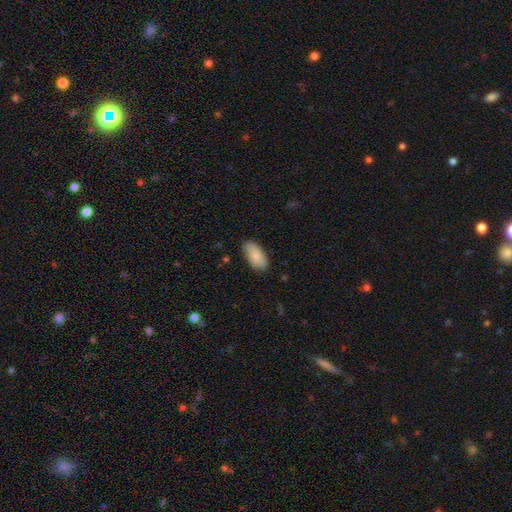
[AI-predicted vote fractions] Smooth or featured? smooth (86%)
How rounded? in between (93%)
Merging? none (80%)